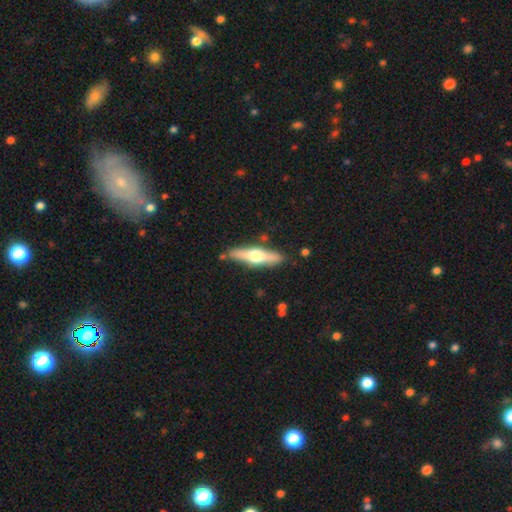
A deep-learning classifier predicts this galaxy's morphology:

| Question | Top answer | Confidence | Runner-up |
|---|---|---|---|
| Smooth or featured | featured or disk | 56% | smooth (38%) |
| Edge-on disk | yes | 93% | no (7%) |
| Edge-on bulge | rounded | 94% | boxy (3%) |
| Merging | none | 85% | minor disturbance (10%) |